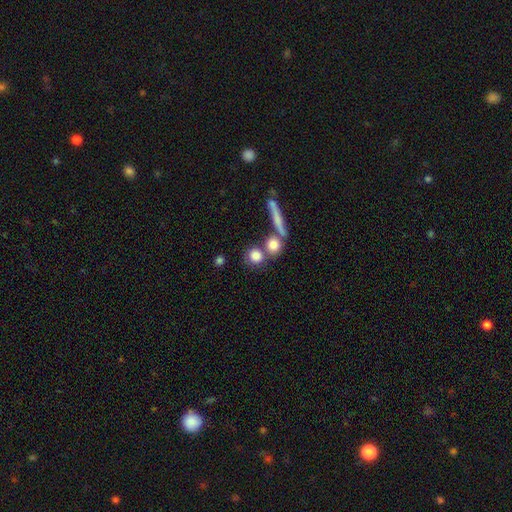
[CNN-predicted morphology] A smooth galaxy with no disk features (79%) that is round (83%). Merging: none (61%).